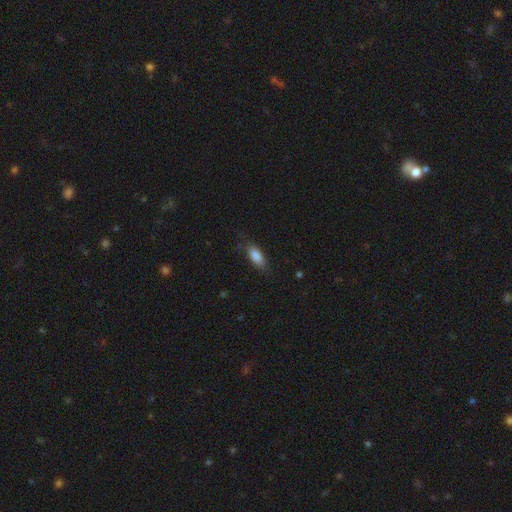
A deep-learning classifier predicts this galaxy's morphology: This appears to be a smooth galaxy with no disk features (84%) that is in between round and cigar-shaped (80%). Merging: none (74%).